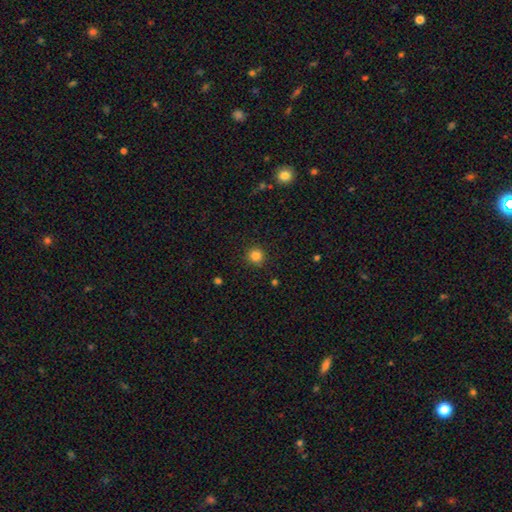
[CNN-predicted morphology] A smooth galaxy with no disk features (84%) that is round (94%). Merging: none (91%).